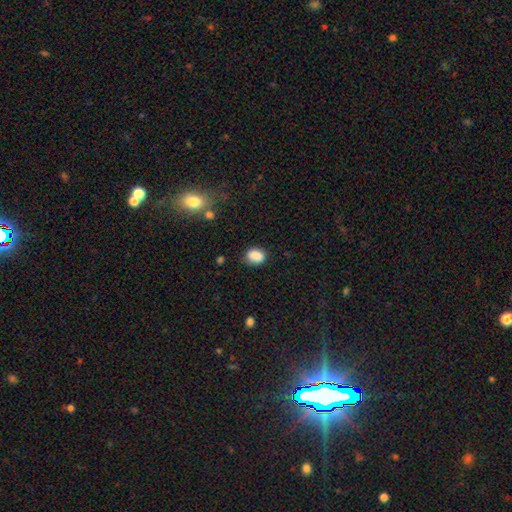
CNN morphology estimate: Smooth or featured: smooth — 87% (star or artifact — 9%)
How rounded: in between — 67% (round — 32%)
Merging: none — 75% (minor disturbance — 18%)